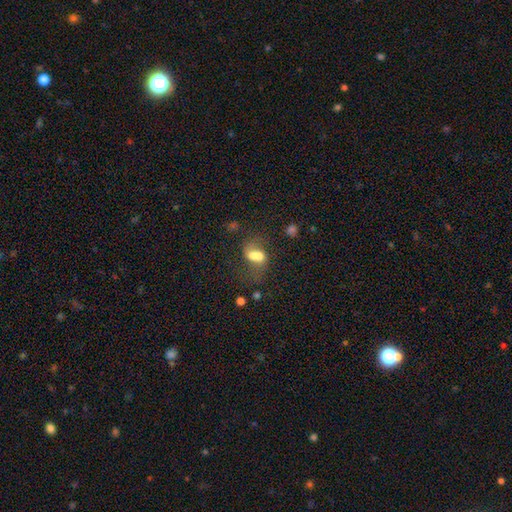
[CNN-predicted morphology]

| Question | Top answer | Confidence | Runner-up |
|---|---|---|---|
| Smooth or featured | smooth | 60% | featured or disk (28%) |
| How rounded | in between | 70% | round (27%) |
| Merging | merger | 50% | none (25%) |